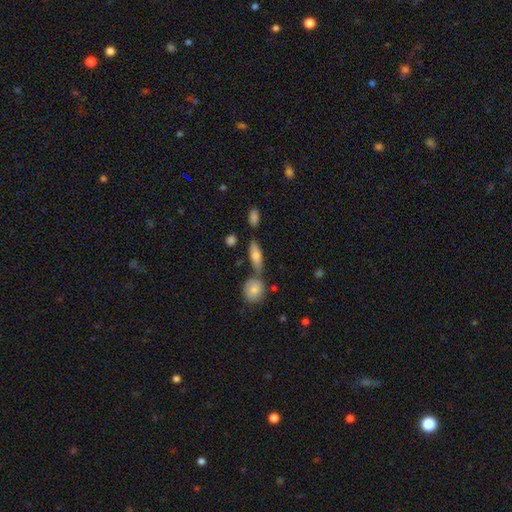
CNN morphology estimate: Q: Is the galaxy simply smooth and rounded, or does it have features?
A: smooth — 61%.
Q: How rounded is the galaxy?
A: in between — 50%.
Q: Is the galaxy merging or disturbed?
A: none — 66%.